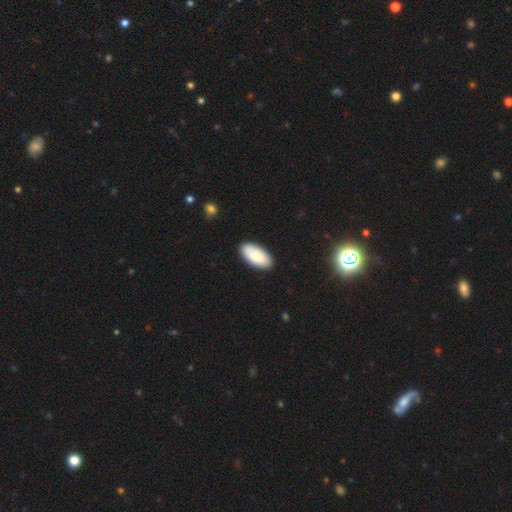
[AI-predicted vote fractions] Smooth or featured: smooth — 86% (featured or disk — 8%)
How rounded: in between — 93% (cigar-shaped — 5%)
Merging: none — 88% (minor disturbance — 9%)